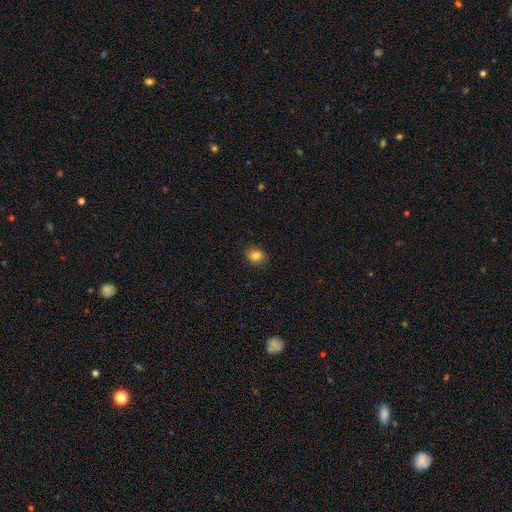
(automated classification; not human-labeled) Smooth or featured? smooth (83%)
How rounded? in between (55%)
Merging? none (86%)